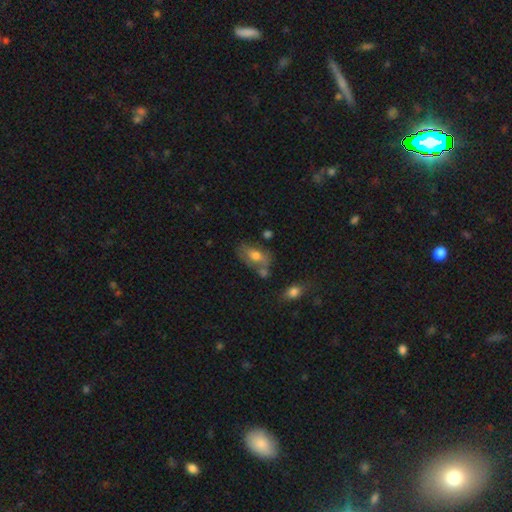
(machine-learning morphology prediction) A smooth galaxy with no disk features (55%) that is in between round and cigar-shaped (86%).

Vote fractions:
- Smooth or featured? smooth: 55% / featured or disk: 36% / star or artifact: 9%
- How rounded? in between: 86% / round: 9% / cigar-shaped: 5%
- Merging? none: 44% / minor disturbance: 23% / merger: 22% / major disturbance: 11%